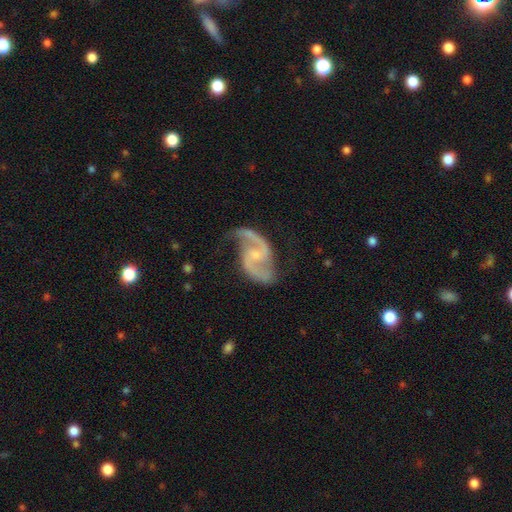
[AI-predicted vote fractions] Smooth or featured? Predicted: featured or disk (p=0.92). Edge-on disk? Predicted: no (p=0.98). Bar? Predicted: weak (p=0.46). Spiral arms? Predicted: yes (p=0.98). Spiral winding? Predicted: medium (p=0.48). Spiral arm count? Predicted: 2 (p=0.93). Bulge size? Predicted: small (p=0.58). Merging? Predicted: none (p=0.69).